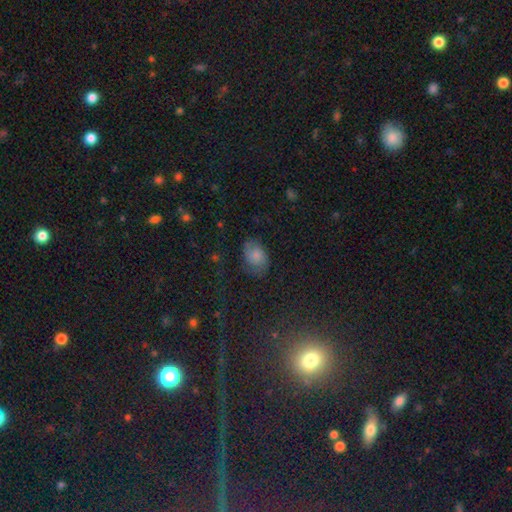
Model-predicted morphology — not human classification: Smooth or featured?
  - smooth: 55% *
  - featured or disk: 32%
  - star or artifact: 13%
How rounded?
  - in between: 80% *
  - round: 18%
  - cigar-shaped: 1%
Merging?
  - none: 67% *
  - minor disturbance: 21%
  - major disturbance: 10%
  - merger: 2%